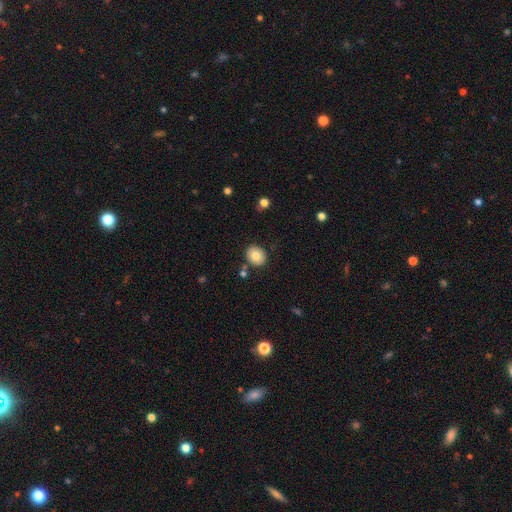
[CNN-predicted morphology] Overall: smooth (79%). How rounded: round (69%; in between 31%). Merging: none (84%).